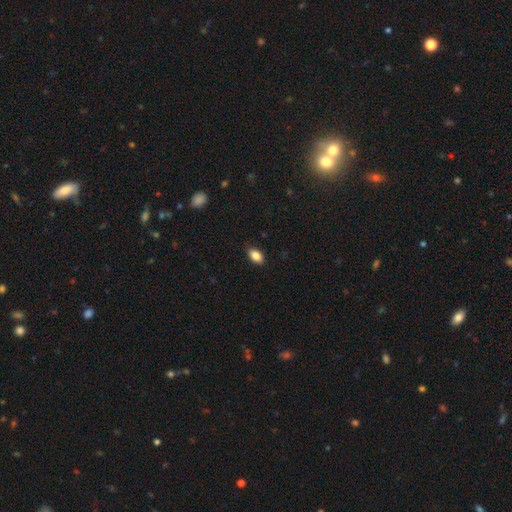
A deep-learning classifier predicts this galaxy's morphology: smooth_or_featured: smooth (p=0.87) [alt: star or artifact p=0.08]
how_rounded: in between (p=0.90) [alt: round p=0.07]
merging: none (p=0.86) [alt: minor disturbance p=0.11]